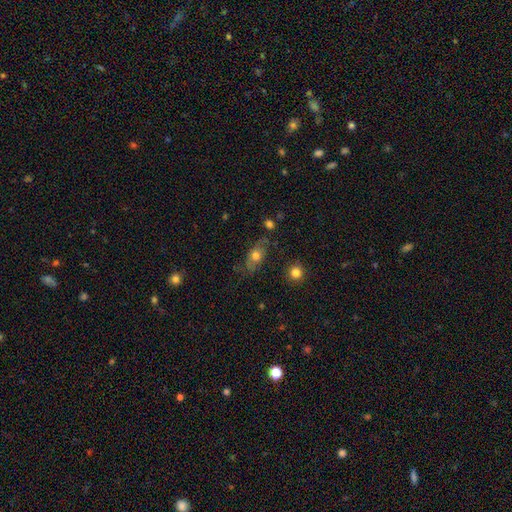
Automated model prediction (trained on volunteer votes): A smooth galaxy with no disk features (63%) that is in between round and cigar-shaped (73%). Merging: none (61%).